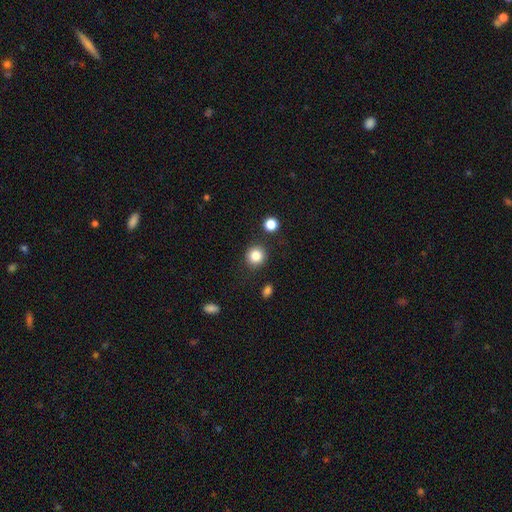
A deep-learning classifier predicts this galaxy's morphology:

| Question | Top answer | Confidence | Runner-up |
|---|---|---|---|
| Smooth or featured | smooth | 85% | star or artifact (11%) |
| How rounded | round | 90% | in between (9%) |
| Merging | none | 86% | minor disturbance (8%) |